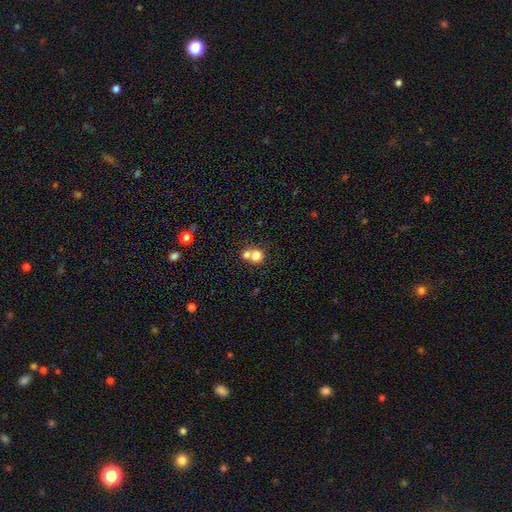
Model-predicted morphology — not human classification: smooth-or-featured: smooth: 75% | featured or disk: 13% | star or artifact: 12%
  how-rounded: round: 81% | in between: 18% | cigar-shaped: 1%
  merging: merger: 53% | none: 38% | minor disturbance: 6% | major disturbance: 3%